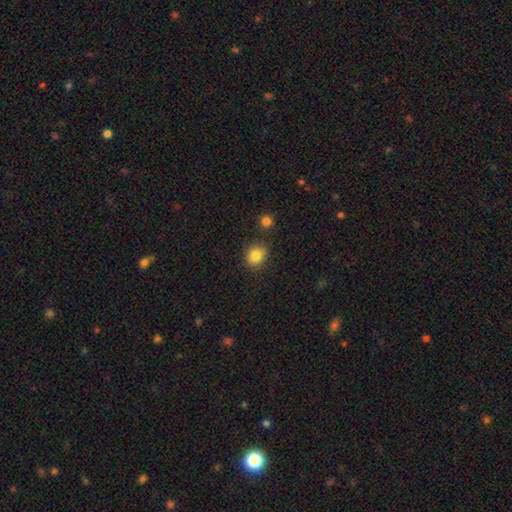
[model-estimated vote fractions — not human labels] smooth-or-featured: smooth: 84% | star or artifact: 10% | featured or disk: 6%
  how-rounded: round: 73% | in between: 26% | cigar-shaped: 1%
  merging: none: 78% | minor disturbance: 13% | merger: 5% | major disturbance: 3%